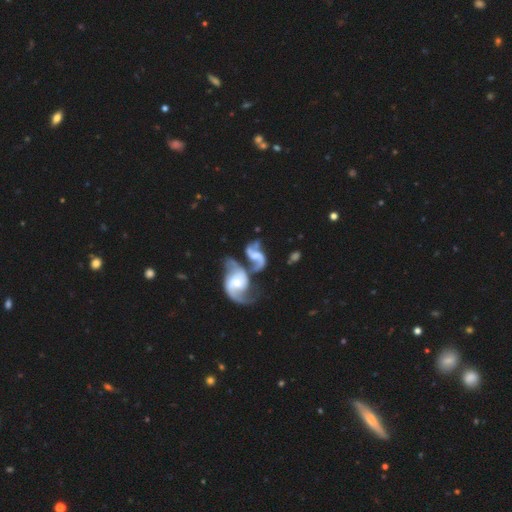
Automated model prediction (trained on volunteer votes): smooth_or_featured: featured or disk (p=0.84) [alt: smooth p=0.11]
disk_edge_on: no (p=0.97) [alt: yes p=0.03]
bar: weak (p=0.44) [alt: no p=0.38]
has_spiral_arms: yes (p=0.94) [alt: no p=0.06]
spiral_winding: loose (p=0.56) [alt: medium p=0.35]
spiral_arm_count: 2 (p=0.85) [alt: can't tell p=0.05]
bulge_size: small (p=0.35) [alt: moderate p=0.33]
merging: merger (p=0.63) [alt: none p=0.17]